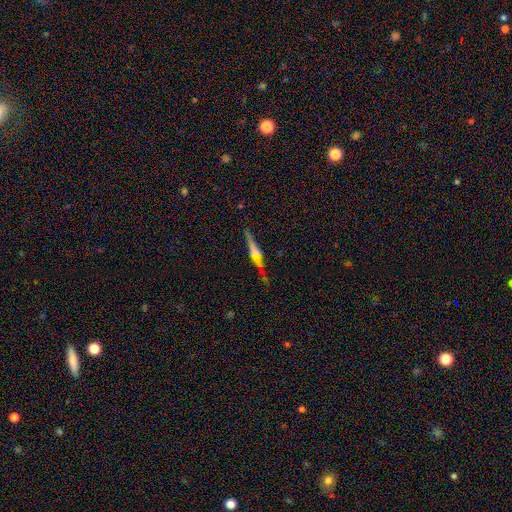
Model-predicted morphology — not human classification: Smooth or featured?
  - featured or disk: 69% *
  - smooth: 22%
  - star or artifact: 8%
Edge-on disk?
  - yes: 96% *
  - no: 4%
Edge-on bulge?
  - rounded: 75% *
  - boxy: 13%
  - none: 12%
Merging?
  - none: 81% *
  - minor disturbance: 14%
  - major disturbance: 3%
  - merger: 2%